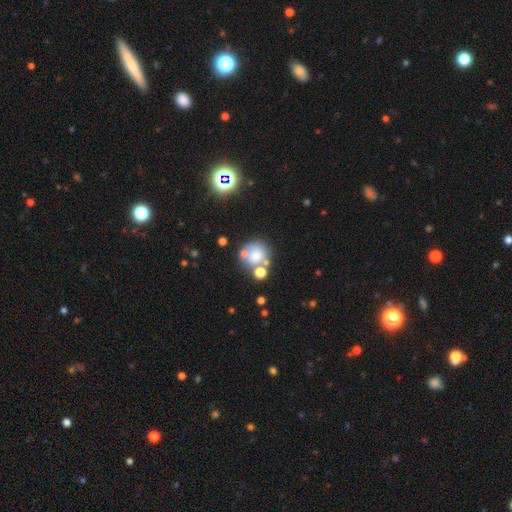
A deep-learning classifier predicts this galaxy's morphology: smooth 60%, featured or disk 26%, star or artifact 14%. Down the decision tree: how rounded — round (86%); merging — none (49%).